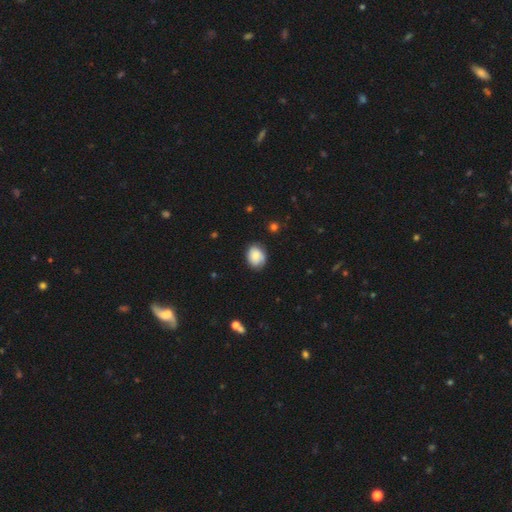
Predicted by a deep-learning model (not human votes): Smooth or featured?
  - smooth: 69% *
  - featured or disk: 23%
  - star or artifact: 8%
How rounded?
  - in between: 53% *
  - round: 46%
  - cigar-shaped: 1%
Merging?
  - none: 74% *
  - minor disturbance: 20%
  - major disturbance: 5%
  - merger: 1%